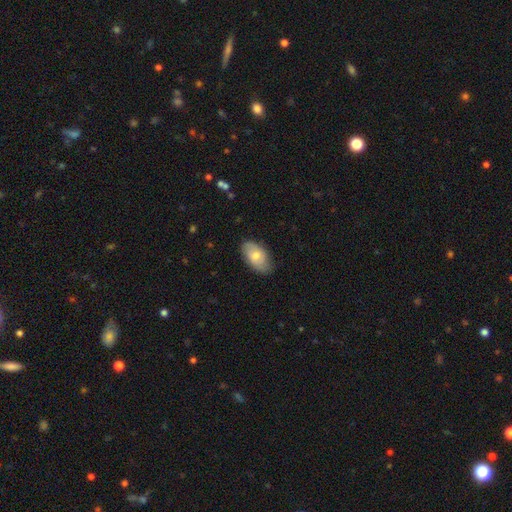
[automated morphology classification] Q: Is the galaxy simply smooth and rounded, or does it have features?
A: smooth — 70%.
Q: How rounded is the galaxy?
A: in between — 94%.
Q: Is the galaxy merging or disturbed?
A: none — 79%.